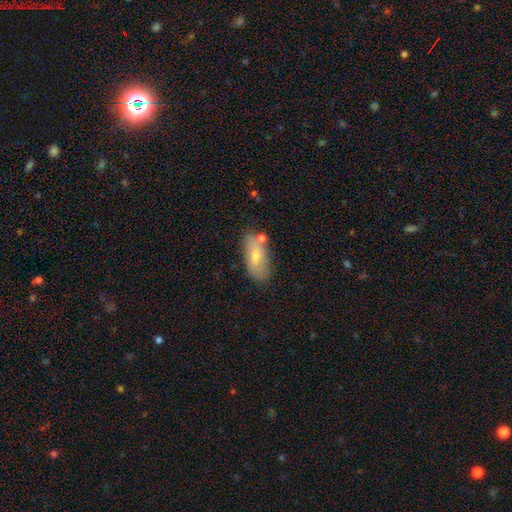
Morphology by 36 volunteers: smooth-or-featured: smooth: 64% | featured or disk: 36% | star or artifact: 0%
  how-rounded: in between: 78% | cigar-shaped: 17% | round: 4%
  merging: none: 61% | minor disturbance: 28% | merger: 11% | major disturbance: 0%